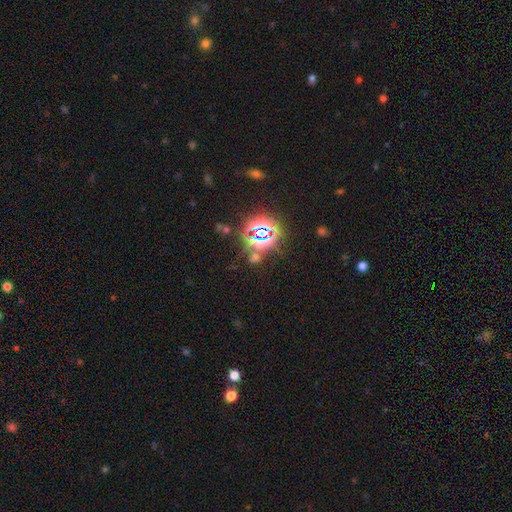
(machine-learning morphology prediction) Smooth or featured? Predicted: star or artifact (p=0.78).